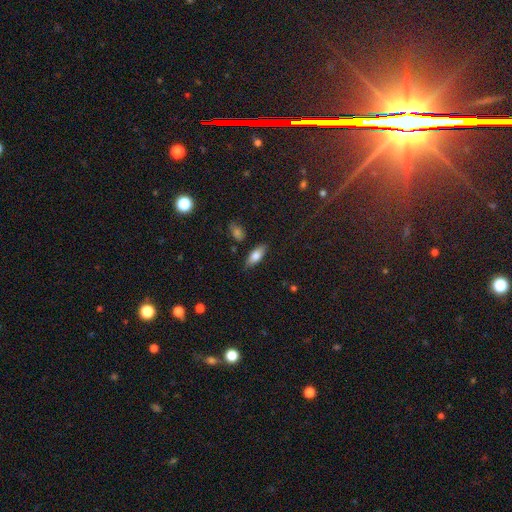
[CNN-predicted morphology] The model was most divided on "smooth or featured": smooth: 77%, featured or disk: 16%, star or artifact: 7%. More confident: how rounded — in between (79%); merging — none (78%).